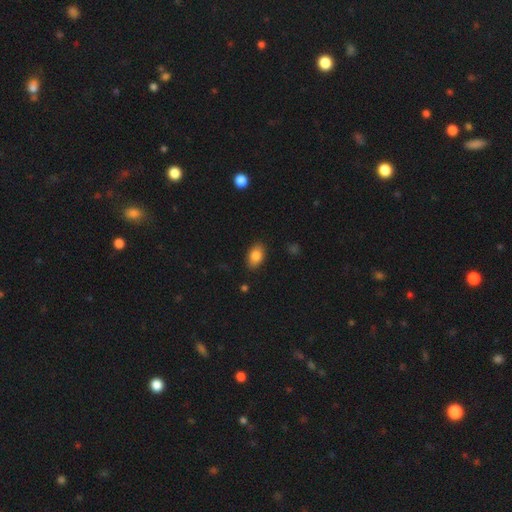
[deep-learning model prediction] A smooth galaxy with no disk features (84%) that is in between round and cigar-shaped (87%).

Vote fractions:
- Smooth or featured? smooth: 84% / featured or disk: 8% / star or artifact: 8%
- How rounded? in between: 87% / round: 11% / cigar-shaped: 1%
- Merging? none: 87% / minor disturbance: 10% / major disturbance: 2% / merger: 1%